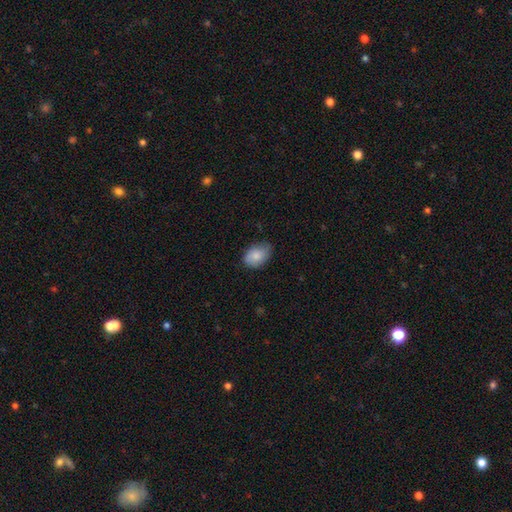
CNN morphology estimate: This appears to be a smooth galaxy with no disk features (81%) that is in between round and cigar-shaped (80%). Merging: none (71%).